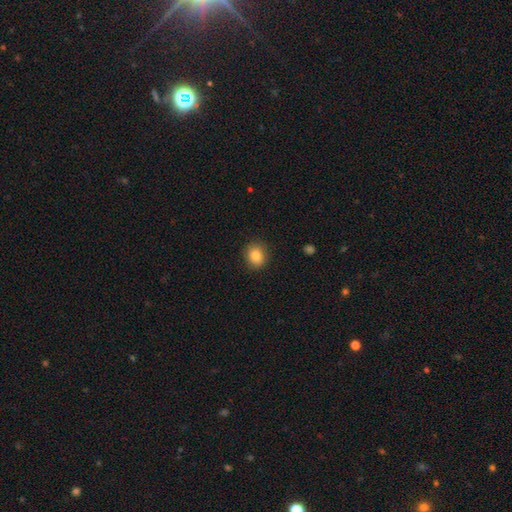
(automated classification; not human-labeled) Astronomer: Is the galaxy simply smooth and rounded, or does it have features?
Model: smooth — 84%.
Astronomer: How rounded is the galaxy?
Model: round — 70%.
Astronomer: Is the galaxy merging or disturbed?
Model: none — 88%.